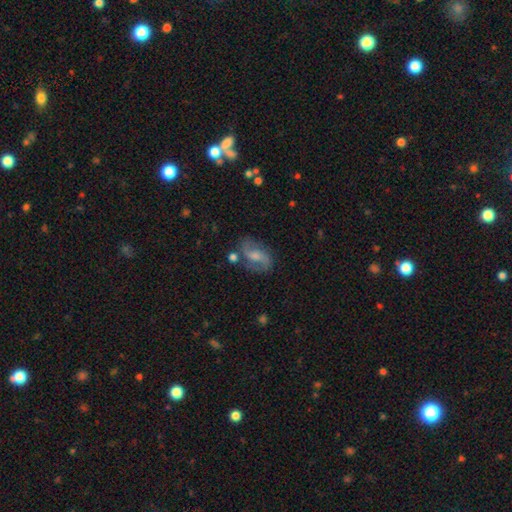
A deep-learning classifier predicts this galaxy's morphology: type=featured or disk (71%); edge-on=no (96%); bar=weak (47%); spiral arms=yes (92%); winding=loose (44%); arm count=2 (88%); bulge=moderate (43%); merging=none (67%).